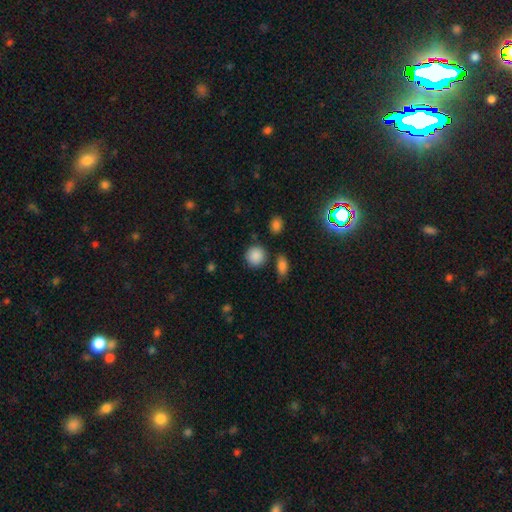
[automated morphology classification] A smooth galaxy with no disk features (86%) that is round (87%).

Vote fractions:
- Smooth or featured? smooth: 86% / star or artifact: 9% / featured or disk: 4%
- How rounded? round: 87% / in between: 12% / cigar-shaped: 1%
- Merging? none: 80% / minor disturbance: 11% / merger: 6% / major disturbance: 3%